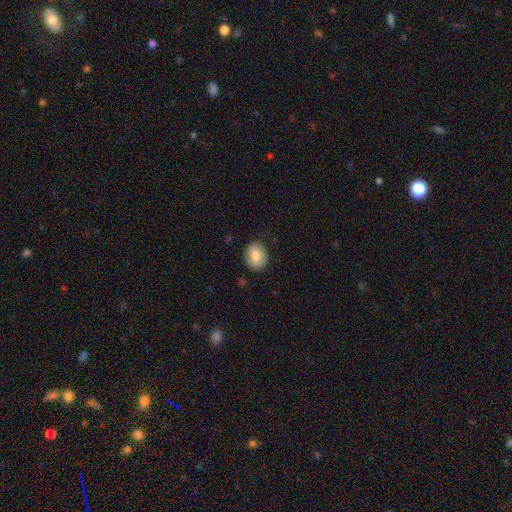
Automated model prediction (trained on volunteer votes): A smooth galaxy with no disk features (84%) that is in between round and cigar-shaped (66%). Merging: none (86%).